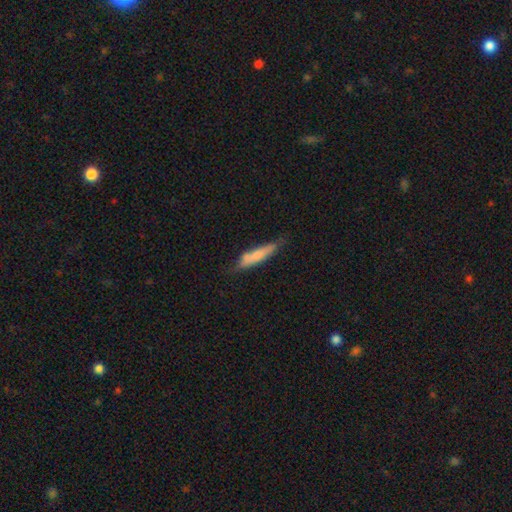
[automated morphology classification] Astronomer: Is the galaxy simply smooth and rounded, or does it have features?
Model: smooth — 71%.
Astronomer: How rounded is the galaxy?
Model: cigar-shaped — 82%.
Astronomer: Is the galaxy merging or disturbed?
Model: none — 64%.